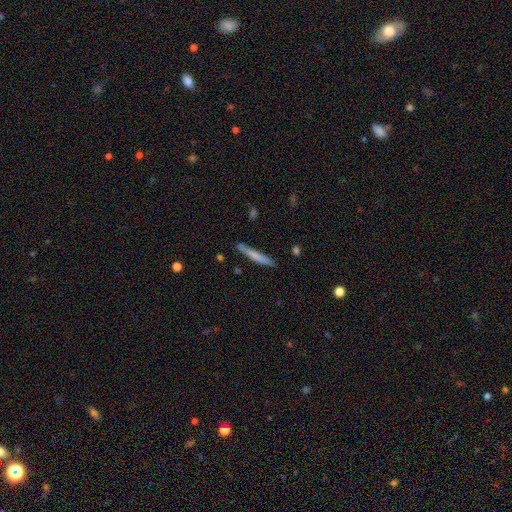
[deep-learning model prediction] Q: Smooth or featured?
A: smooth (68%); runner-up: featured or disk (26%)
Q: How rounded?
A: cigar-shaped (95%); runner-up: in between (4%)
Q: Merging?
A: none (83%); runner-up: minor disturbance (13%)